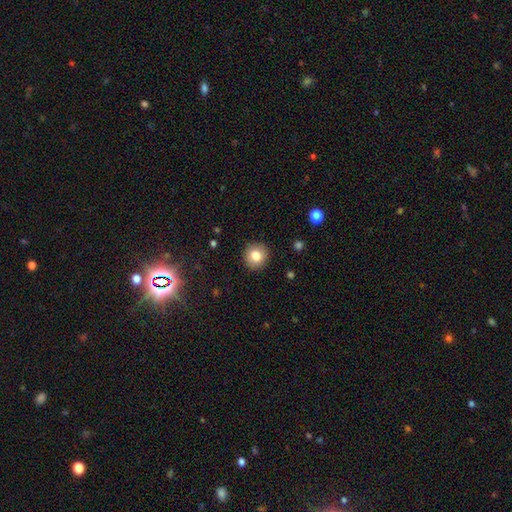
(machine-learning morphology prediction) This appears to be a smooth galaxy with no disk features (81%) that is round (92%). Merging: none (91%).